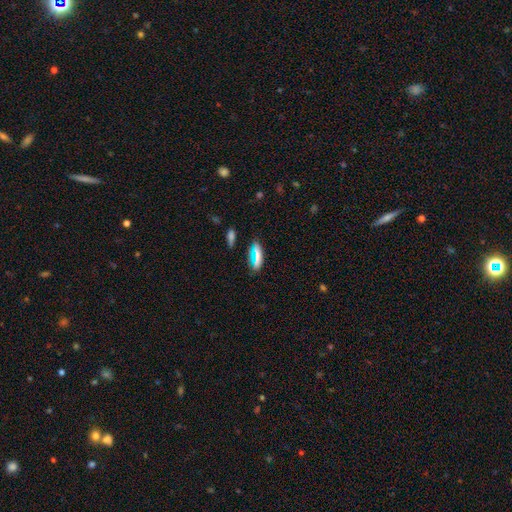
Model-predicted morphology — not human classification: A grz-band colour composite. It shows a smooth galaxy with no disk features (66%) that is in between round and cigar-shaped (49%). Merging: none (69%).